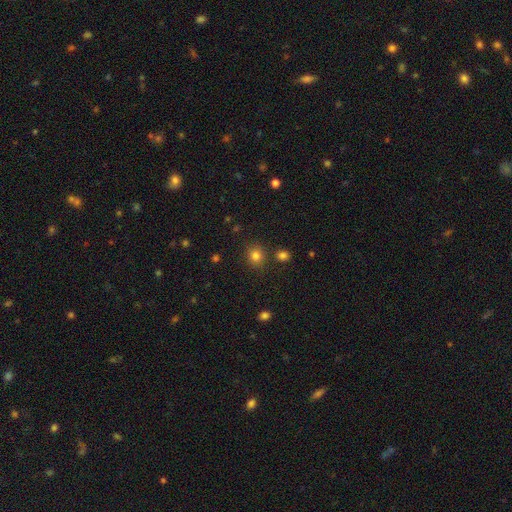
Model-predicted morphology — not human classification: This is clearly a smooth galaxy (81%). How rounded: clearly round (84%). Merging: clearly none (84%).